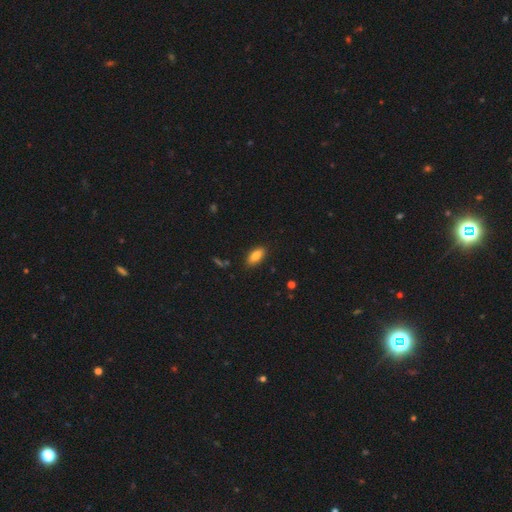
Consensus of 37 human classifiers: Q: Smooth or featured?
A: smooth (86%); runner-up: featured or disk (11%)
Q: How rounded?
A: in between (88%); runner-up: cigar-shaped (12%)
Q: Merging?
A: none (83%); runner-up: minor disturbance (14%)